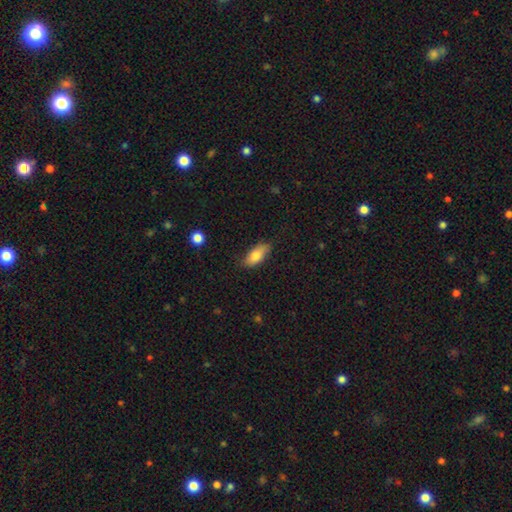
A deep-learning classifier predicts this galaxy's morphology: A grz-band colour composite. It shows a smooth galaxy with no disk features (79%) that is in between round and cigar-shaped (84%). Merging: none (77%).